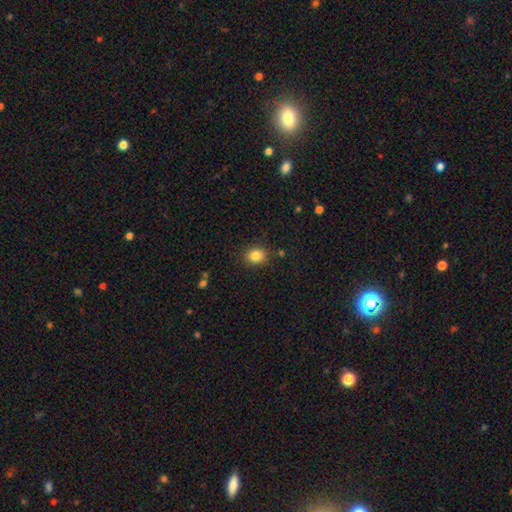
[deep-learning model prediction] This appears to be a smooth galaxy with no disk features (84%) that is round (60%). Merging: none (85%).